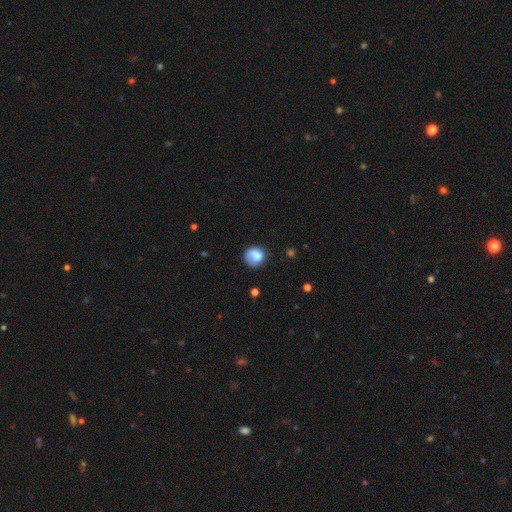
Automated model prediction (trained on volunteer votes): A smooth galaxy with no disk features (81%) that is round (83%). Merging: none (63%).